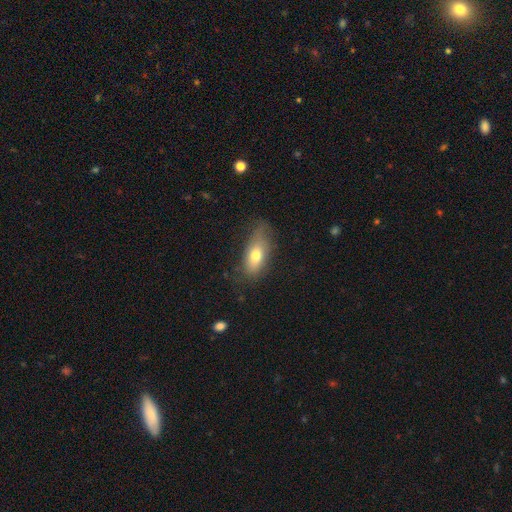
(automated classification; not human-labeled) The model was most divided on "merging": none: 59%, minor disturbance: 28%, major disturbance: 12%, merger: 2%. More confident: how rounded — in between (82%); smooth or featured — smooth (72%).